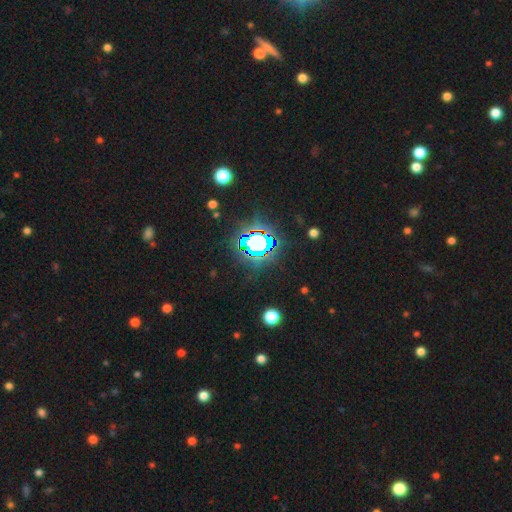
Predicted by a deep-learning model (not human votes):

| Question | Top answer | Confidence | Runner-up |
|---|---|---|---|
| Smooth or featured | star or artifact | 77% | smooth (14%) |